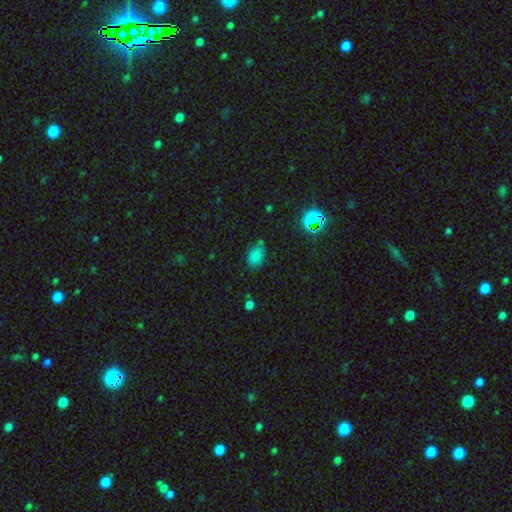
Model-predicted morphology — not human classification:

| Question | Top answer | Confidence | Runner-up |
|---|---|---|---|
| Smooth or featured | smooth | 76% | star or artifact (17%) |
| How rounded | in between | 83% | round (15%) |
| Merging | none | 67% | minor disturbance (24%) |